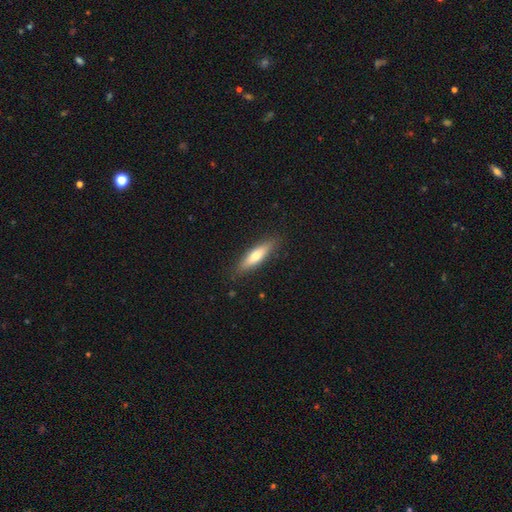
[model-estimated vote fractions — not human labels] Smooth or featured? smooth (64%)
How rounded? cigar-shaped (68%)
Merging? none (86%)